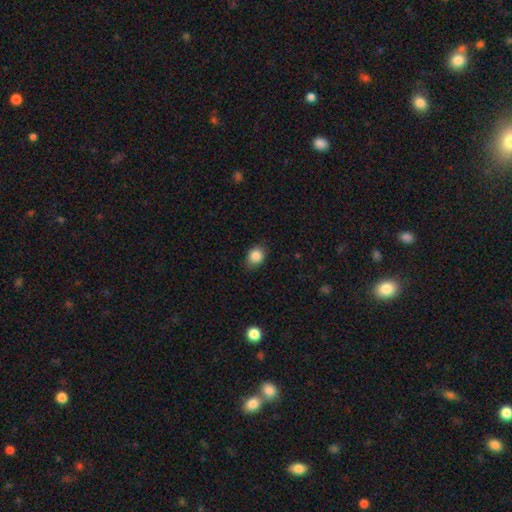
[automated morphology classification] Smooth or featured?
  - smooth: 86% *
  - star or artifact: 9%
  - featured or disk: 5%
How rounded?
  - round: 52% *
  - in between: 47%
  - cigar-shaped: 1%
Merging?
  - none: 81% *
  - minor disturbance: 15%
  - major disturbance: 3%
  - merger: 1%